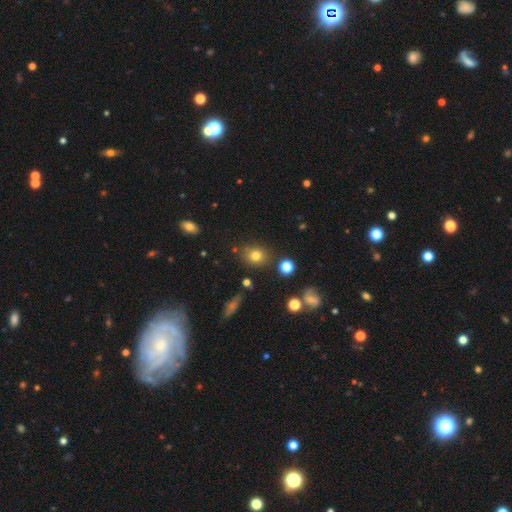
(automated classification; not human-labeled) Overall: smooth (75%). How rounded: round (64%; in between 35%). Merging: none (80%).